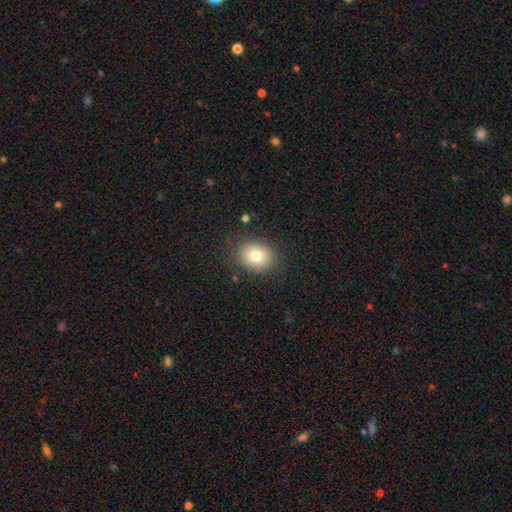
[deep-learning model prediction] smooth 80%, featured or disk 10%, star or artifact 10%. Down the decision tree: how rounded — round (52%); merging — none (84%).